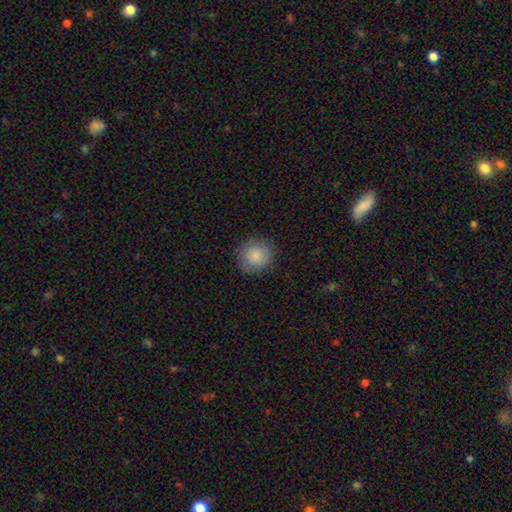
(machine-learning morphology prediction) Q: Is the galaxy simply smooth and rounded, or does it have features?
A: smooth — 87%.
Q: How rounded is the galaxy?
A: round — 93%.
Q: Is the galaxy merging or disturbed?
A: none — 87%.